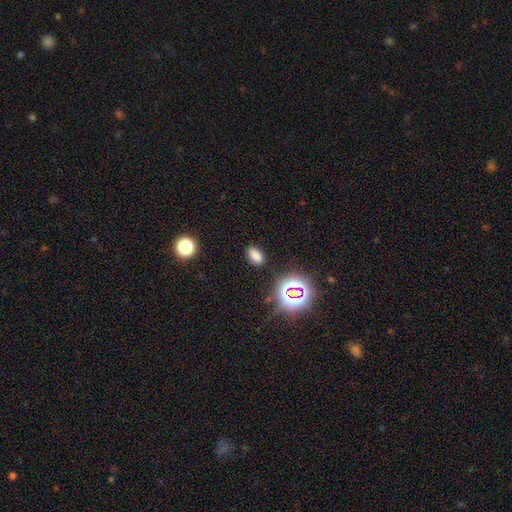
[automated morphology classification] Overall: smooth (75%). How rounded: in between (88%). Merging: none (86%).